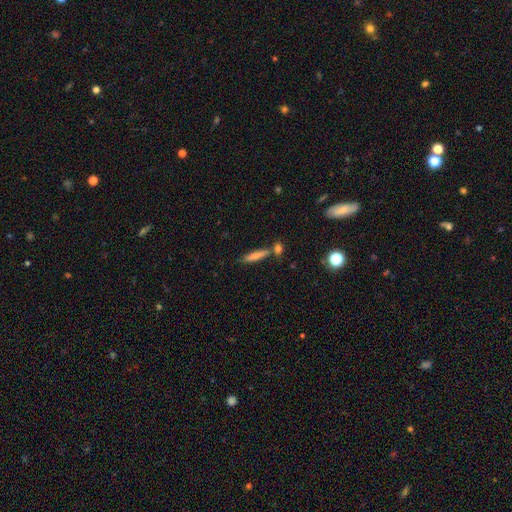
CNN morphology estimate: A smooth galaxy with no disk features (64%) that is cigar-shaped (84%). Merging: none (73%).